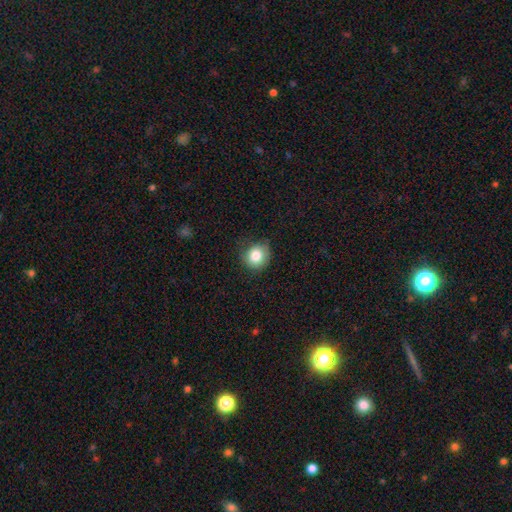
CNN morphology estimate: smooth-or-featured: smooth: 83% | star or artifact: 10% | featured or disk: 8%
  how-rounded: round: 85% | in between: 14% | cigar-shaped: 1%
  merging: none: 73% | minor disturbance: 21% | major disturbance: 5% | merger: 1%